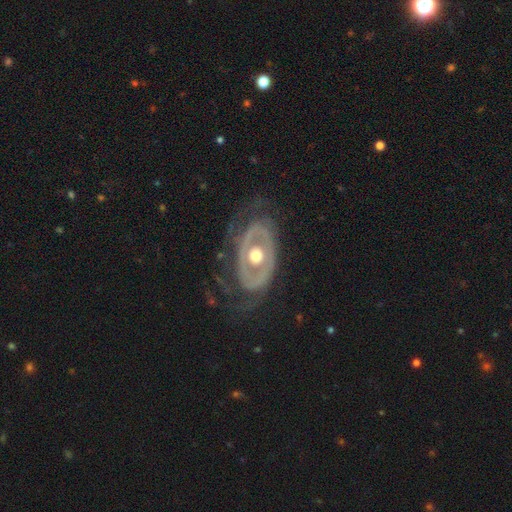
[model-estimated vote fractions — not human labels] featured or disk 78%, smooth 18%, star or artifact 5%. Down the decision tree: edge-on disk — no (93%); bar — no (87%); spiral arms — no (61%); bulge size — moderate (75%); merging — none (66%).